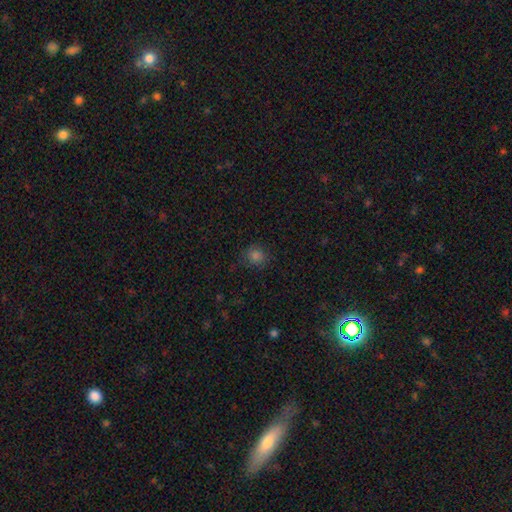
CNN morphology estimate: Overall: smooth (78%). How rounded: round (87%). Merging: none (83%).